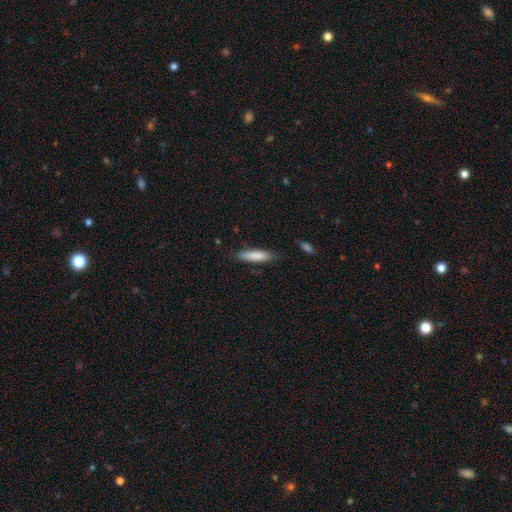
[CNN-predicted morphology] smooth 83%, featured or disk 11%, star or artifact 6%. Down the decision tree: how rounded — cigar-shaped (73%); merging — none (82%).